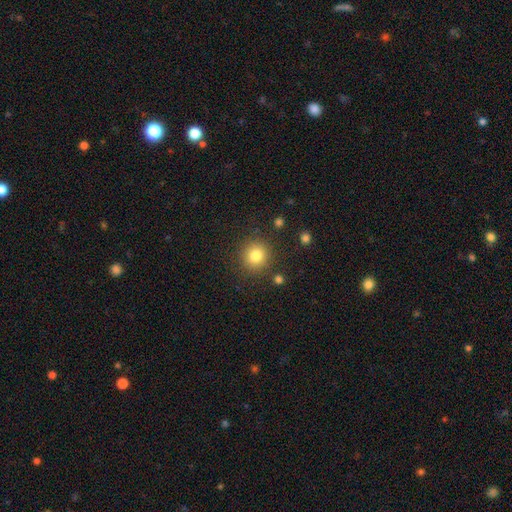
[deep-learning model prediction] Morphology: type=smooth (82%); roundness=round (92%); merging=none (87%).